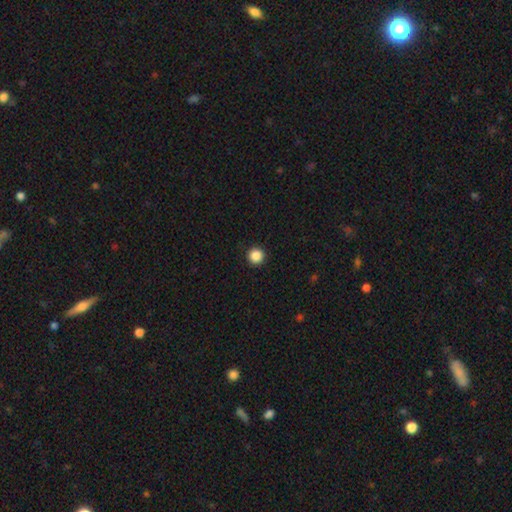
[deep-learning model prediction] Smooth or featured: smooth — 87% (star or artifact — 10%)
How rounded: round — 96% (in between — 3%)
Merging: none — 93% (minor disturbance — 4%)